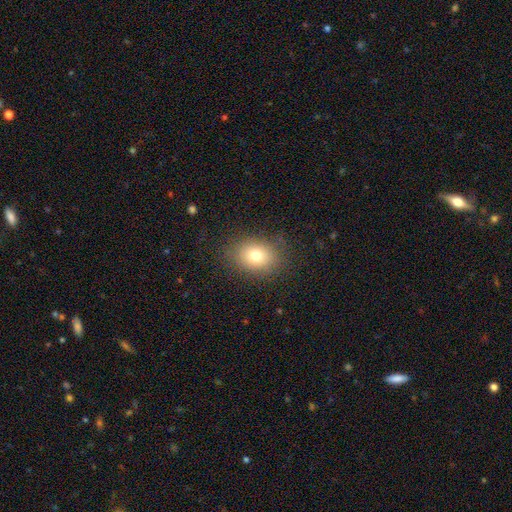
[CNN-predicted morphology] smooth_or_featured: smooth (p=0.76) [alt: star or artifact p=0.12]
how_rounded: in between (p=0.56) [alt: round p=0.44]
merging: none (p=0.84) [alt: minor disturbance p=0.11]